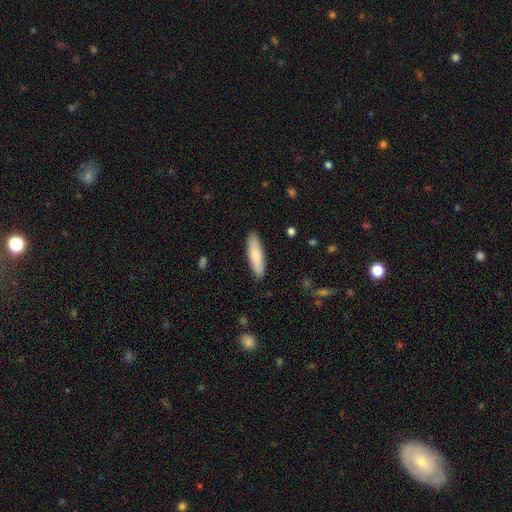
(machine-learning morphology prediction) Overall: smooth (78%). How rounded: cigar-shaped (65%; in between 34%). Merging: none (88%).